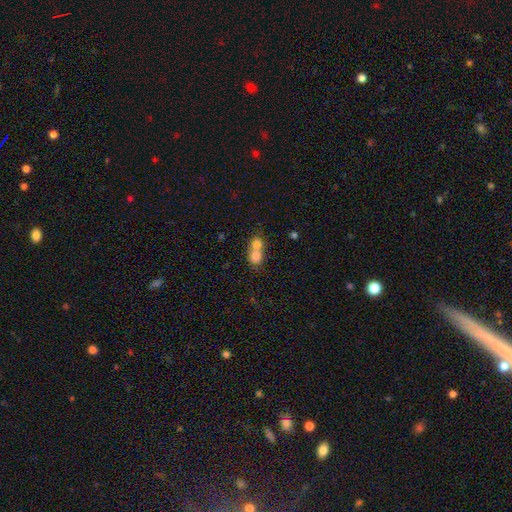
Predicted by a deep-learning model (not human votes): The model was most divided on "how rounded": round: 61%, in between: 38%, cigar-shaped: 2%. More confident: smooth or featured — smooth (77%); merging — merger (70%).